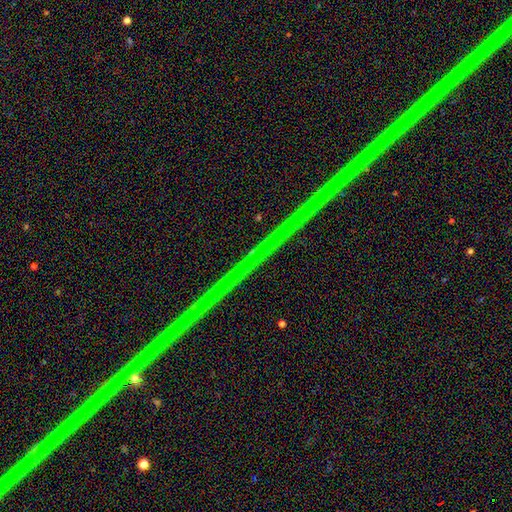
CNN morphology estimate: The model was most divided on "smooth or featured": star or artifact: 88%, featured or disk: 8%, smooth: 4%.